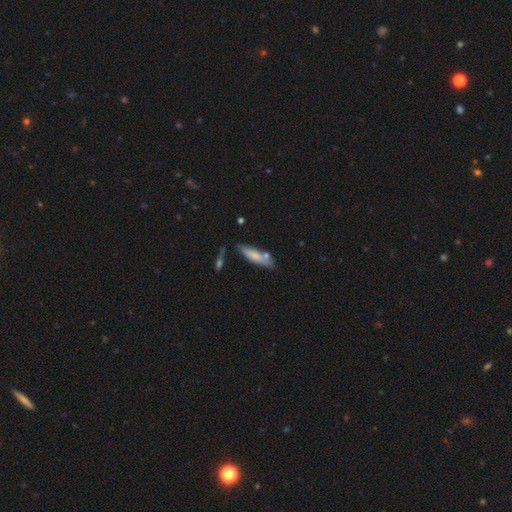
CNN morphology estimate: Smooth or featured: smooth — 71% (featured or disk — 23%)
How rounded: cigar-shaped — 67% (in between — 31%)
Merging: none — 66% (minor disturbance — 18%)